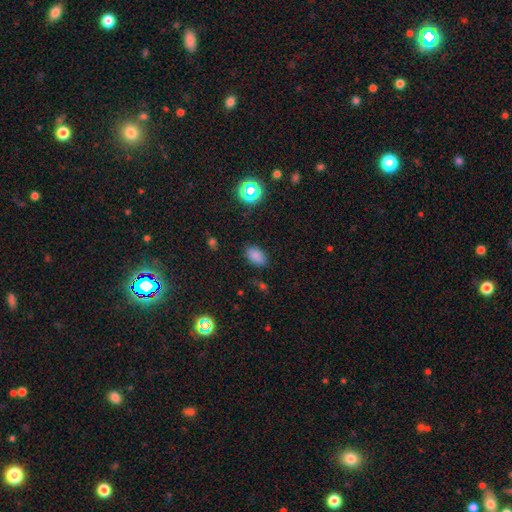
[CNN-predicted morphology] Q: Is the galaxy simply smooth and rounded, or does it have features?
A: smooth — 80%.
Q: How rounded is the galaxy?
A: in between — 90%.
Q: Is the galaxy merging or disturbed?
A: none — 82%.